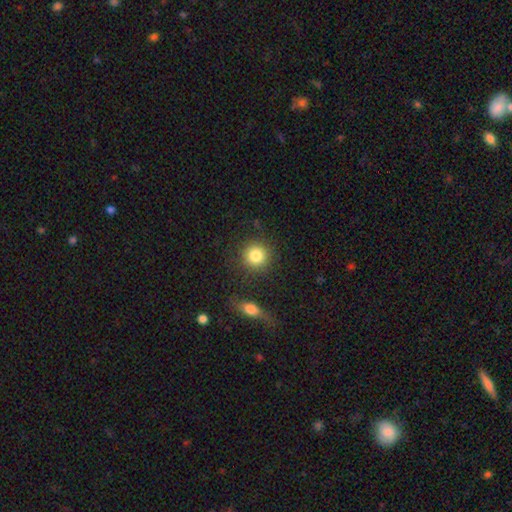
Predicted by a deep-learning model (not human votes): smooth-or-featured: smooth: 84% | star or artifact: 9% | featured or disk: 7%
  how-rounded: round: 92% | in between: 7% | cigar-shaped: 1%
  merging: none: 83% | minor disturbance: 8% | merger: 5% | major disturbance: 4%